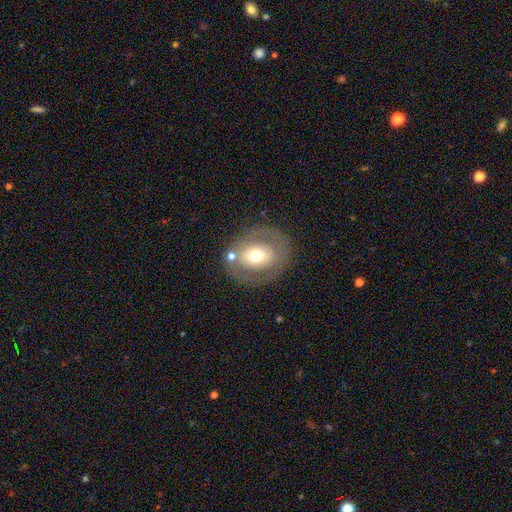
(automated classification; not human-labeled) A smooth galaxy with no disk features (47%). Merging: none (74%).